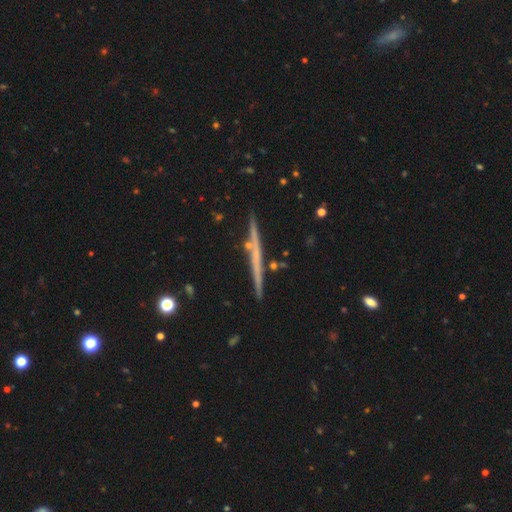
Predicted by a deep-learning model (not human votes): Smooth or featured?
  - featured or disk: 65% *
  - smooth: 28%
  - star or artifact: 6%
Edge-on disk?
  - yes: 98% *
  - no: 2%
Edge-on bulge?
  - none: 83% *
  - rounded: 12%
  - boxy: 5%
Merging?
  - none: 87% *
  - minor disturbance: 8%
  - merger: 3%
  - major disturbance: 2%